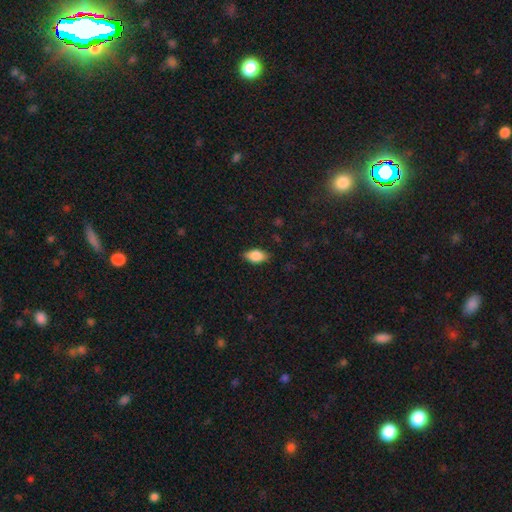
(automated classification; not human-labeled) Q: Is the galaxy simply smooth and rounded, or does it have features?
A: smooth — 83%.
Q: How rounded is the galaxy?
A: in between — 90%.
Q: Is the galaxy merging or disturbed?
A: none — 84%.